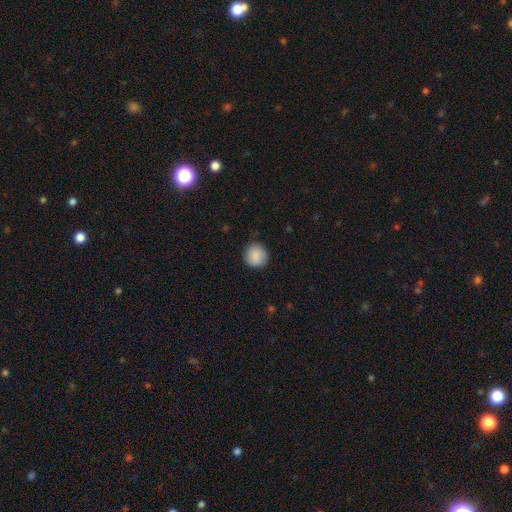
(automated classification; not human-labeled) Q: Smooth or featured?
A: smooth (88%); runner-up: star or artifact (7%)
Q: How rounded?
A: round (90%); runner-up: in between (9%)
Q: Merging?
A: none (86%); runner-up: minor disturbance (10%)